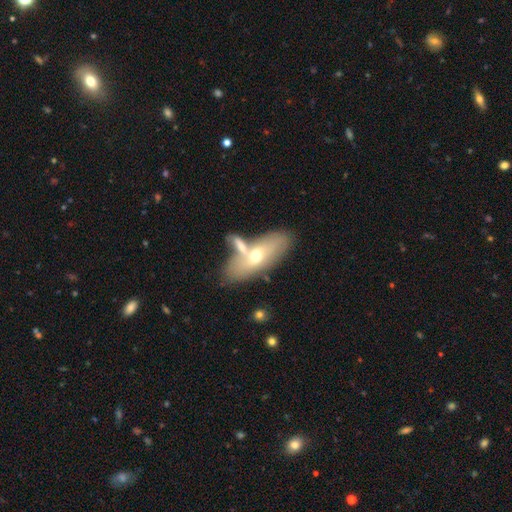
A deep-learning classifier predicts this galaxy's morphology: Q: Smooth or featured?
A: smooth (51%); runner-up: featured or disk (42%)
Q: How rounded?
A: in between (69%); runner-up: cigar-shaped (27%)
Q: Merging?
A: none (45%); runner-up: merger (37%)